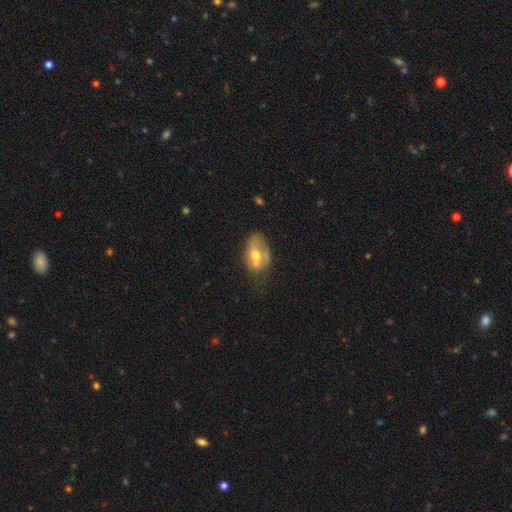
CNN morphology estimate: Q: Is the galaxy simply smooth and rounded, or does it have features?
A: smooth — 48%.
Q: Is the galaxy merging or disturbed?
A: none — 30%.